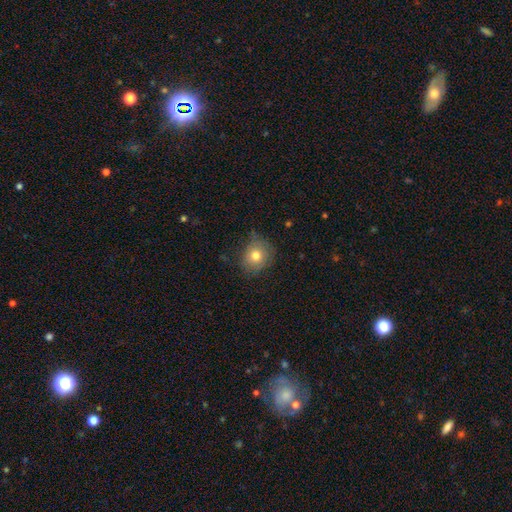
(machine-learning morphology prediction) smooth-or-featured: smooth: 76% | featured or disk: 14% | star or artifact: 10%
  how-rounded: round: 74% | in between: 25% | cigar-shaped: 1%
  merging: none: 68% | minor disturbance: 25% | major disturbance: 6% | merger: 2%